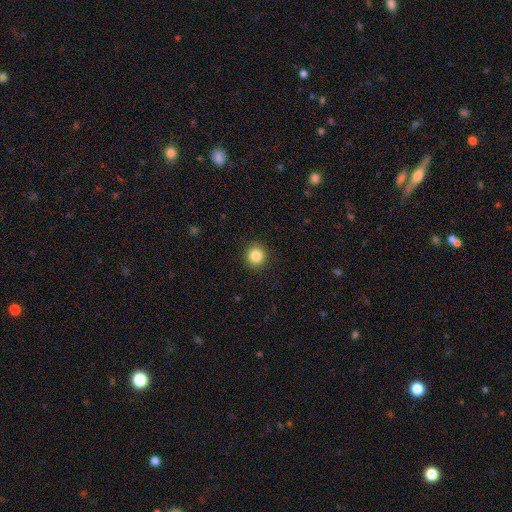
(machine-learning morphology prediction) Q: Smooth or featured?
A: smooth (84%); runner-up: star or artifact (11%)
Q: How rounded?
A: round (92%); runner-up: in between (7%)
Q: Merging?
A: none (91%); runner-up: minor disturbance (6%)